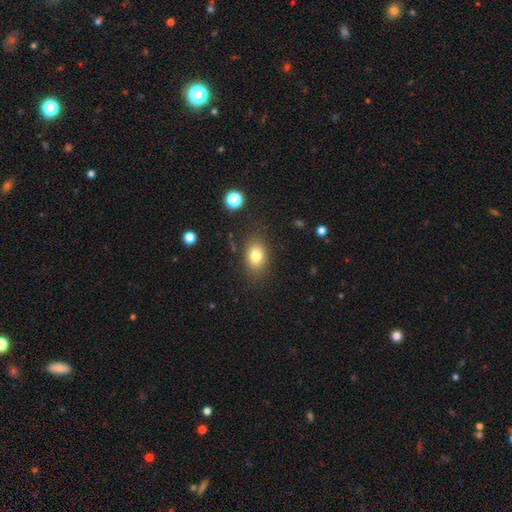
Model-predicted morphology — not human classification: The model was most divided on "how rounded": in between: 74%, round: 25%, cigar-shaped: 1%. More confident: merging — none (82%); smooth or featured — smooth (80%).